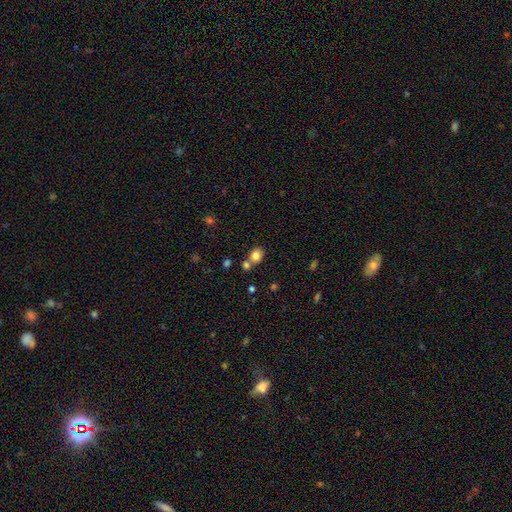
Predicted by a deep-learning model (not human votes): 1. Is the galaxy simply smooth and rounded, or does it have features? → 82% smooth, 11% star or artifact, 7% featured or disk.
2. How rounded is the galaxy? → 57% round, 42% in between, 1% cigar-shaped.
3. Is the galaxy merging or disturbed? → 63% none, 23% merger, 11% minor disturbance, 3% major disturbance.